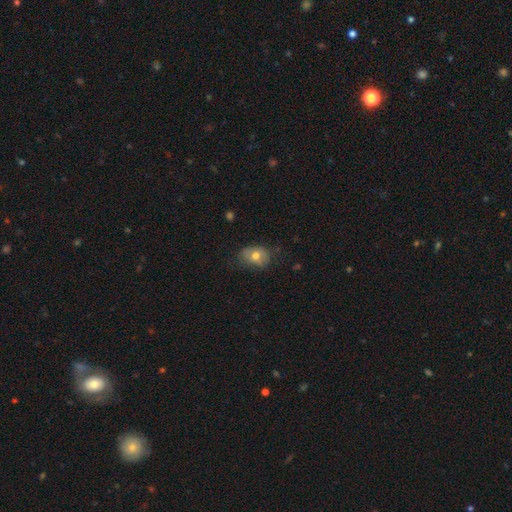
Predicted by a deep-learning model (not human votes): Smooth or featured? smooth (68%)
How rounded? in between (63%)
Merging? none (59%)